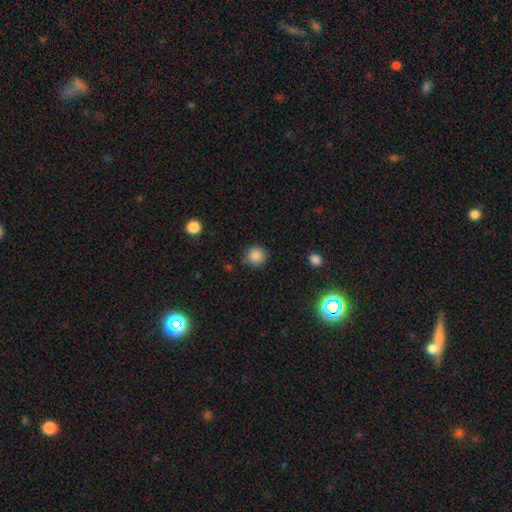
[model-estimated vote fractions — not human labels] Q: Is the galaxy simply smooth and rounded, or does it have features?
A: smooth — 85%.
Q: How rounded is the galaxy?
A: round — 93%.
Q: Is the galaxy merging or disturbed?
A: none — 80%.